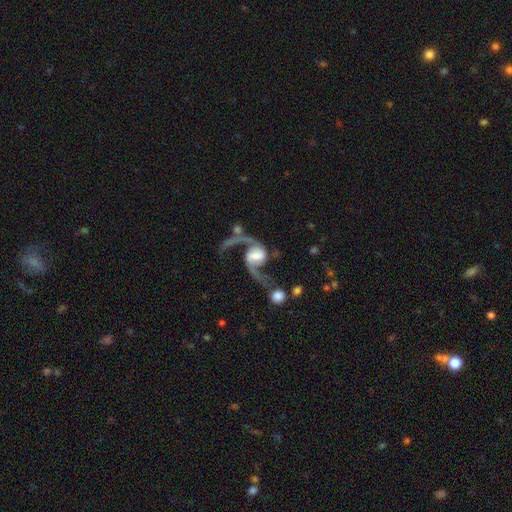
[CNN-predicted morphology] A featured or disk galaxy (89%) with a weak bar (49%), 2 (92%) loose (77%) spiral arms (97%) and a moderate central bulge (38%). Merging: none (46%).